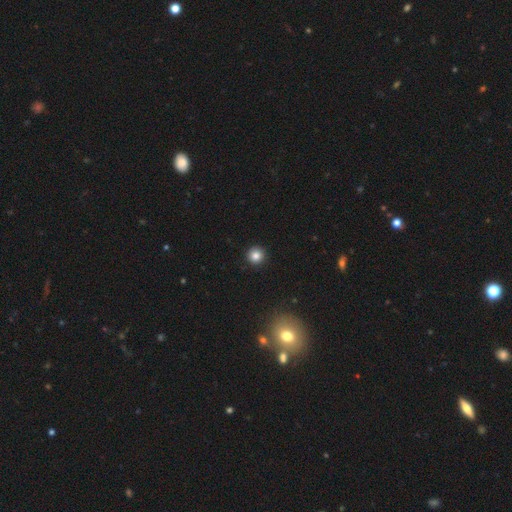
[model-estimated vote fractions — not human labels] Q: Smooth or featured?
A: smooth (83%); runner-up: star or artifact (11%)
Q: How rounded?
A: round (95%); runner-up: in between (4%)
Q: Merging?
A: none (93%); runner-up: minor disturbance (4%)